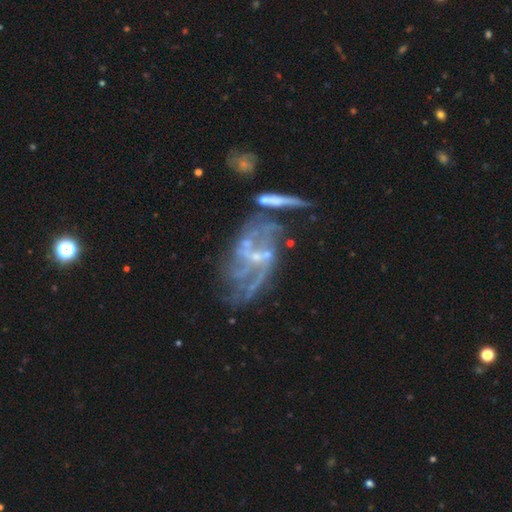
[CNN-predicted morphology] smooth_or_featured: featured or disk (p=0.83) [alt: star or artifact p=0.10]
disk_edge_on: no (p=0.95) [alt: yes p=0.05]
bar: weak (p=0.46) [alt: no p=0.32]
has_spiral_arms: yes (p=0.87) [alt: no p=0.13]
spiral_winding: loose (p=0.51) [alt: medium p=0.35]
spiral_arm_count: 2 (p=0.52) [alt: can't tell p=0.21]
bulge_size: small (p=0.61) [alt: none p=0.20]
merging: none (p=0.33) [alt: merger p=0.28]